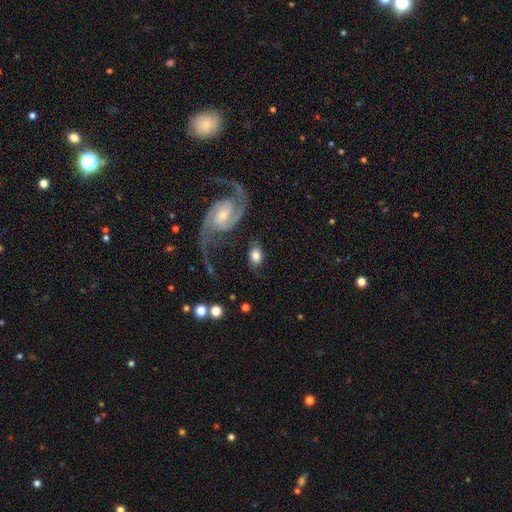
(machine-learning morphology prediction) Overall: smooth (61%; featured or disk 32%). How rounded: in between (71%). Merging: none (65%).